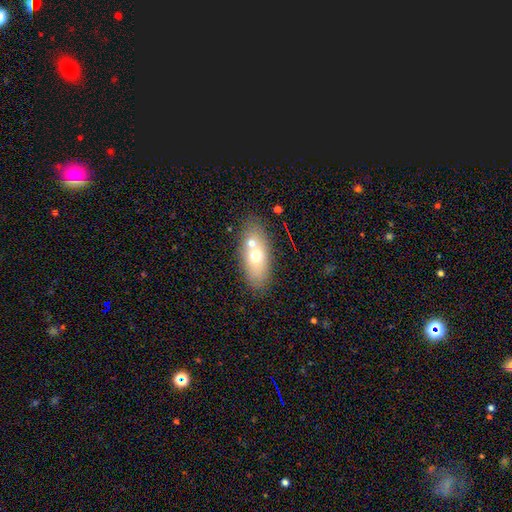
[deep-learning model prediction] Smooth or featured?
  - smooth: 60% *
  - featured or disk: 30%
  - star or artifact: 10%
How rounded?
  - in between: 79% *
  - cigar-shaped: 11%
  - round: 9%
Merging?
  - none: 58% *
  - merger: 28%
  - minor disturbance: 10%
  - major disturbance: 4%